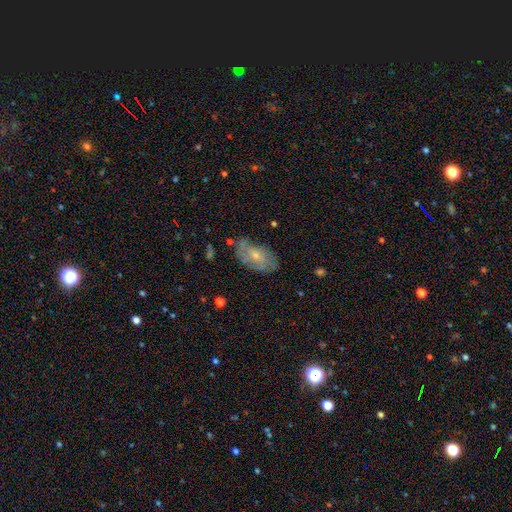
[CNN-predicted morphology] smooth-or-featured: featured or disk: 52% | smooth: 41% | star or artifact: 8%
  disk-edge-on: no: 93% | yes: 7%
  merging: none: 59% | minor disturbance: 28% | major disturbance: 11% | merger: 3%